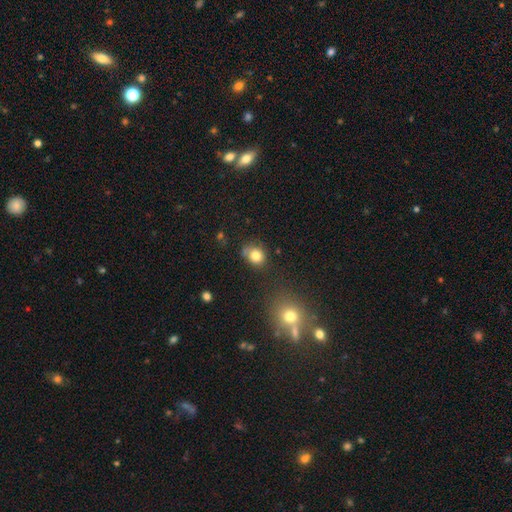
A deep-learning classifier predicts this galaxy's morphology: Q: Smooth or featured?
A: smooth (81%); runner-up: star or artifact (12%)
Q: How rounded?
A: round (68%); runner-up: in between (31%)
Q: Merging?
A: none (62%); runner-up: minor disturbance (23%)